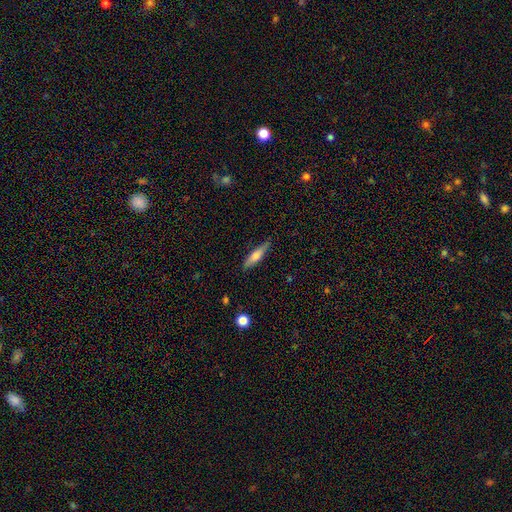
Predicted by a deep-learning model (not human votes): Smooth or featured: smooth — 60% (featured or disk — 33%)
How rounded: cigar-shaped — 77% (in between — 21%)
Merging: none — 85% (minor disturbance — 11%)